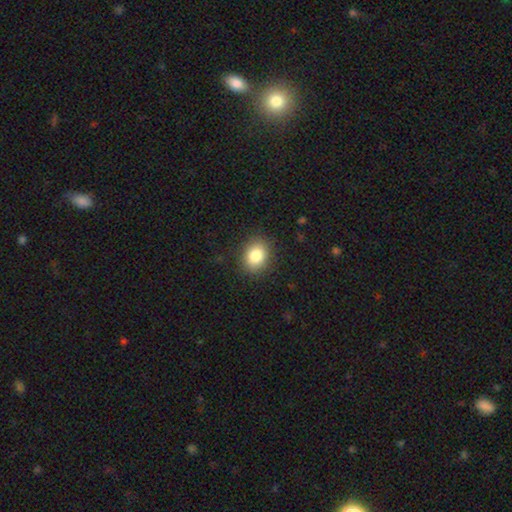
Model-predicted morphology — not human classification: This is clearly a smooth galaxy (85%). How rounded: possibly round (52%). Merging: clearly none (87%).